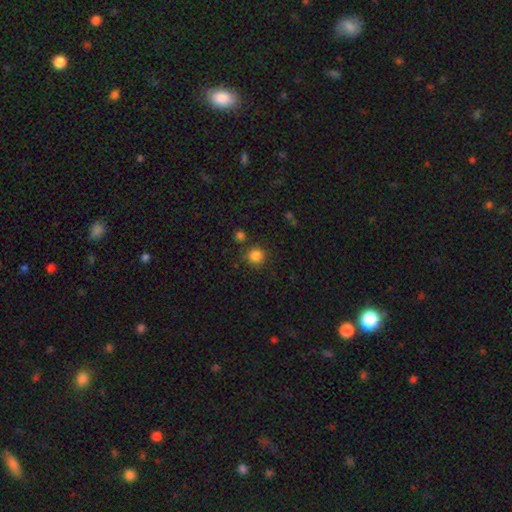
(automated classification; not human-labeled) smooth 84%, star or artifact 12%, featured or disk 4%. Down the decision tree: how rounded — round (93%); merging — none (82%).